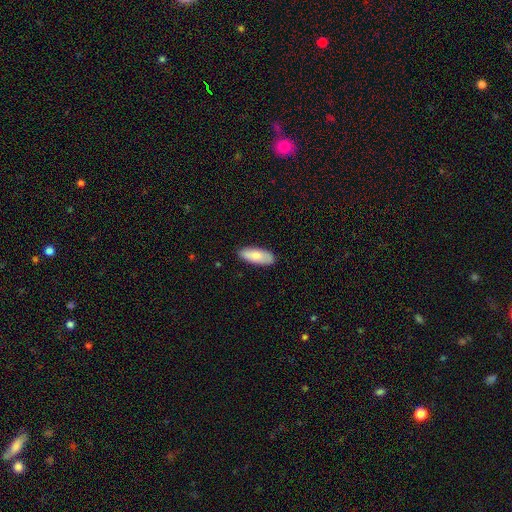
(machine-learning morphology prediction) Smooth or featured: smooth — 79% (featured or disk — 15%)
How rounded: in between — 77% (cigar-shaped — 21%)
Merging: none — 87% (minor disturbance — 11%)